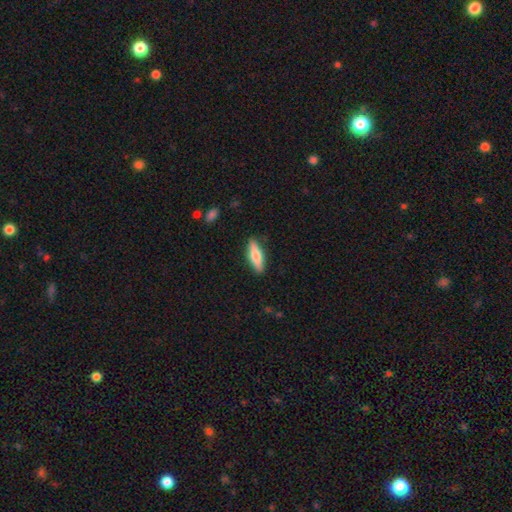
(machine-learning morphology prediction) This is likely a smooth galaxy (62%). How rounded: possibly cigar-shaped (60%). Merging: clearly none (88%).